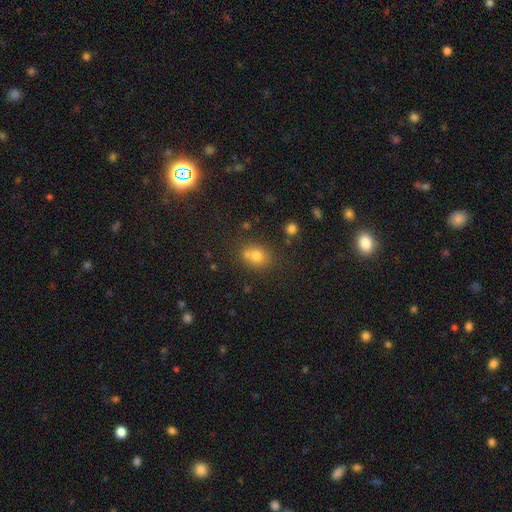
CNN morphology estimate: Smooth or featured: smooth — 69% (star or artifact — 19%)
How rounded: round — 66% (in between — 33%)
Merging: none — 55% (merger — 31%)